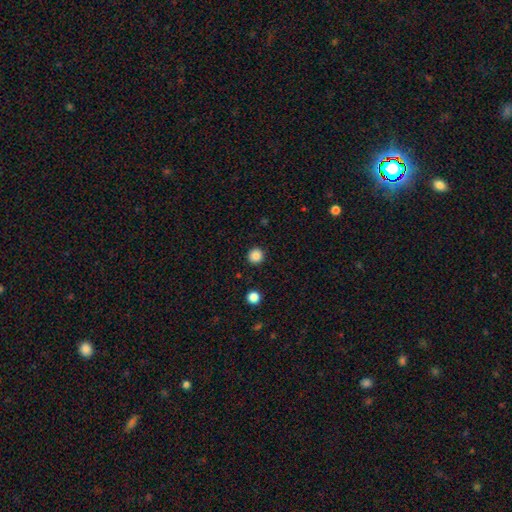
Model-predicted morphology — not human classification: Q: Smooth or featured?
A: smooth (87%); runner-up: star or artifact (11%)
Q: How rounded?
A: round (95%); runner-up: in between (5%)
Q: Merging?
A: none (92%); runner-up: minor disturbance (5%)